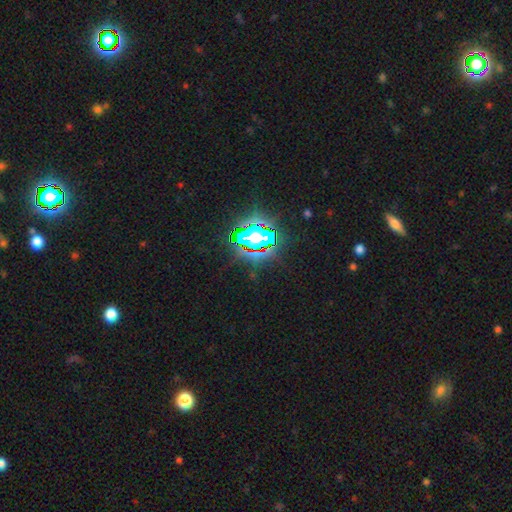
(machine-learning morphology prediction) Smooth or featured: star or artifact — 70% (smooth — 17%)